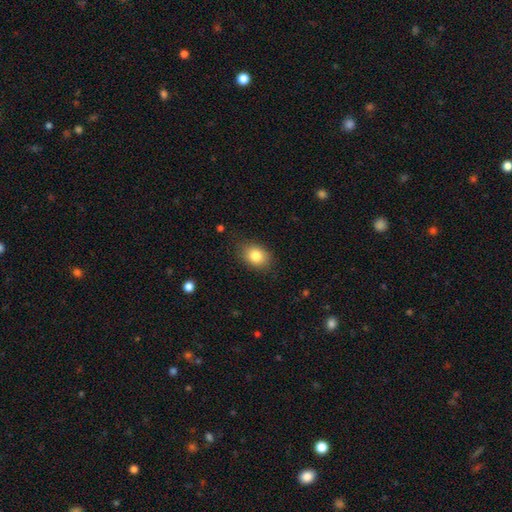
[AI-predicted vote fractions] This appears to be a smooth galaxy with no disk features (83%) that is in between round and cigar-shaped (67%). Merging: none (80%).